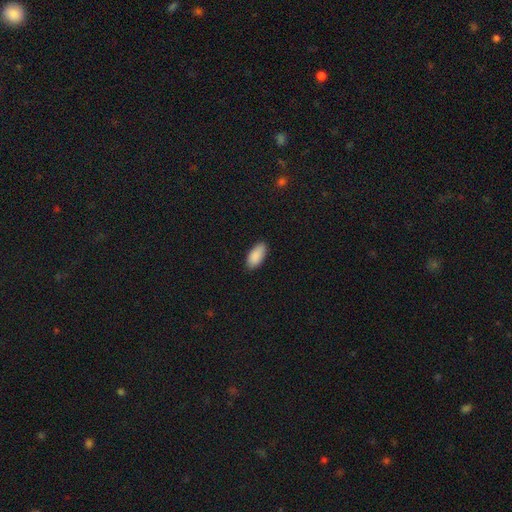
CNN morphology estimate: Q: Smooth or featured?
A: smooth (90%); runner-up: star or artifact (6%)
Q: How rounded?
A: in between (92%); runner-up: cigar-shaped (6%)
Q: Merging?
A: none (86%); runner-up: minor disturbance (11%)